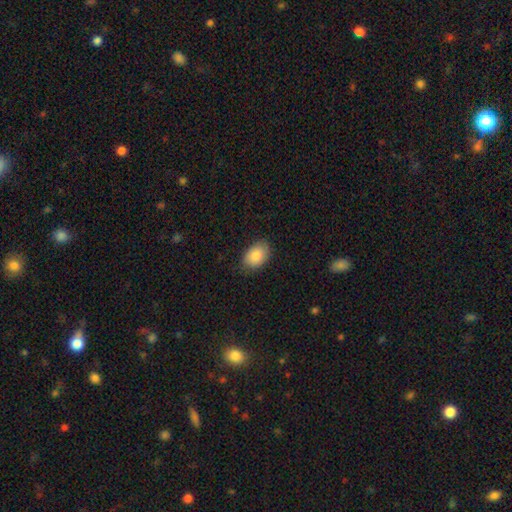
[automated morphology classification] Overall: smooth (86%). How rounded: in between (88%). Merging: none (81%).